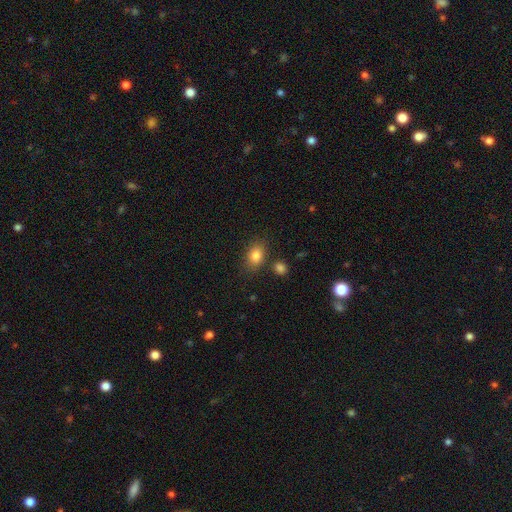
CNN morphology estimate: Smooth or featured? smooth (83%)
How rounded? in between (75%)
Merging? none (78%)